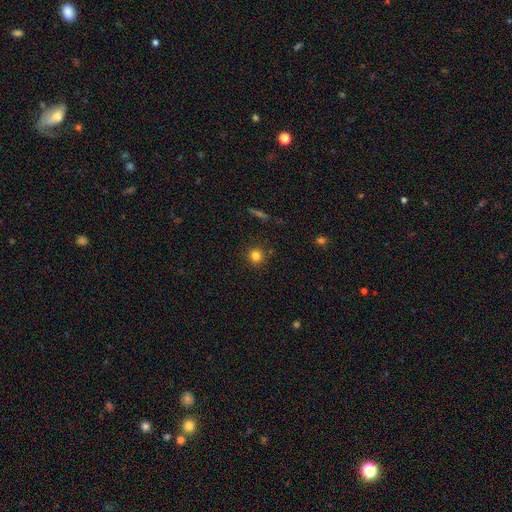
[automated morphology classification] Overall: smooth (80%). How rounded: round (93%). Merging: none (88%).